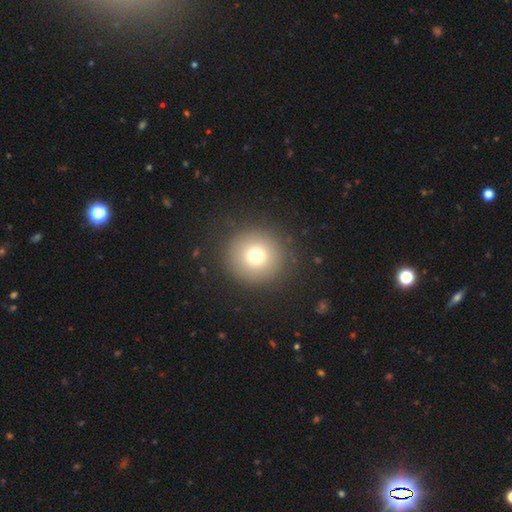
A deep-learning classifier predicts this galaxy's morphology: This appears to be a smooth galaxy with no disk features (74%) that is round (95%). Merging: none (89%).